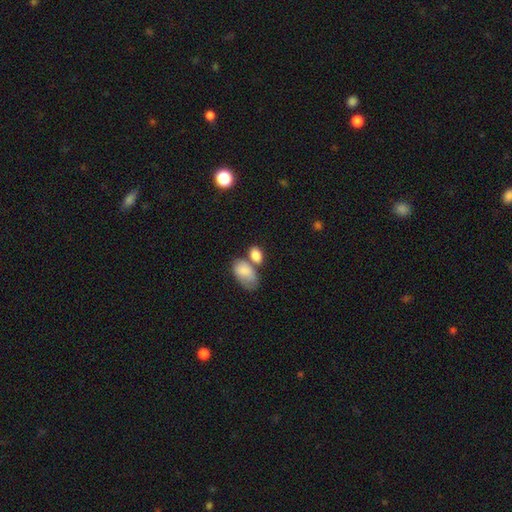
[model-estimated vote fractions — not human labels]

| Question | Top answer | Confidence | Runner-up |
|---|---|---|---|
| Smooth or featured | smooth | 84% | featured or disk (9%) |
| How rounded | in between | 88% | round (10%) |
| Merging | merger | 40% | none (38%) |